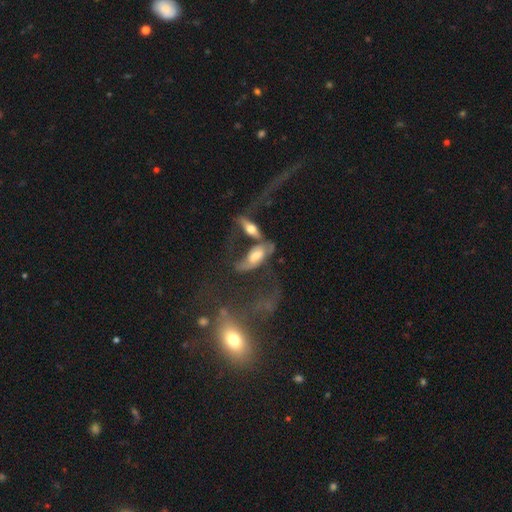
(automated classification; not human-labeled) Smooth or featured?
  - featured or disk: 53% *
  - smooth: 37%
  - star or artifact: 10%
Edge-on disk?
  - no: 71% *
  - yes: 29%
Merging?
  - merger: 49% *
  - major disturbance: 22%
  - none: 18%
  - minor disturbance: 12%